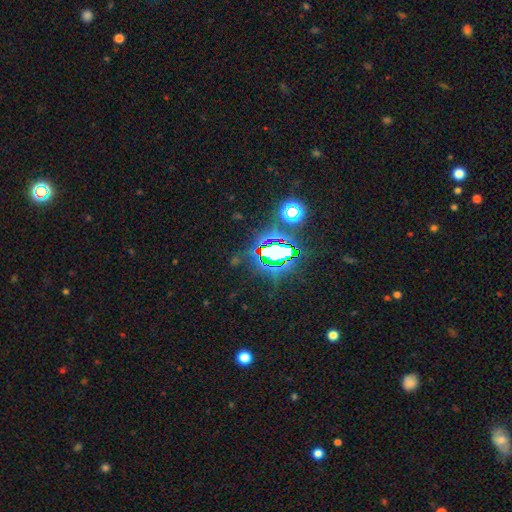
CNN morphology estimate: A star or artifact, not a galaxy (82%).

Vote fractions:
- Smooth or featured? star or artifact: 82% / smooth: 10% / featured or disk: 8%